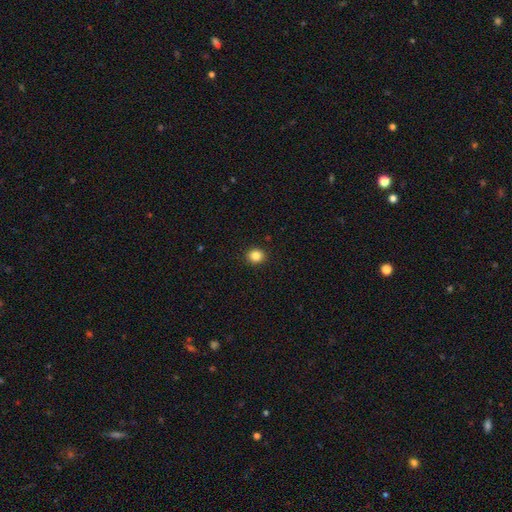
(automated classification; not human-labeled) smooth 84%, star or artifact 11%, featured or disk 4%. Down the decision tree: how rounded — round (83%); merging — none (92%).